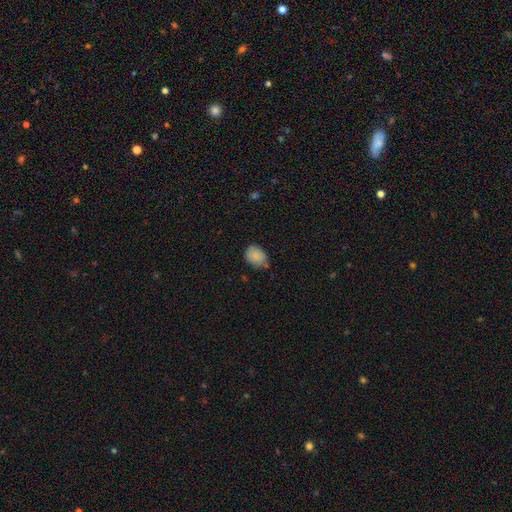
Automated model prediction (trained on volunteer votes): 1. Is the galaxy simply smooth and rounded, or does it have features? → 86% smooth, 8% star or artifact, 6% featured or disk.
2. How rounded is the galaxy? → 59% in between, 40% round, 1% cigar-shaped.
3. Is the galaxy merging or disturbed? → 64% none, 27% minor disturbance, 5% major disturbance, 4% merger.